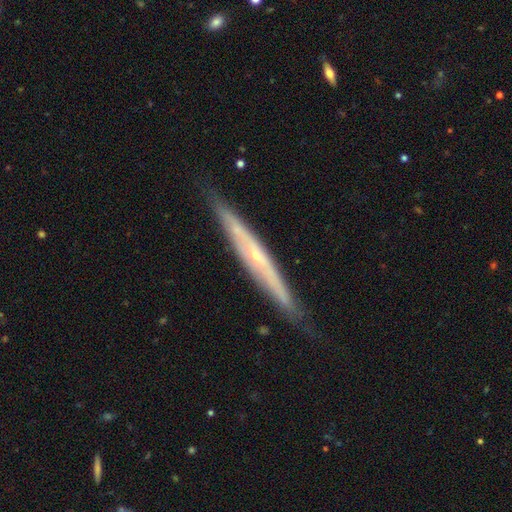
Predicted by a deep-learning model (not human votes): A featured or disk galaxy (75%) viewed edge-on (87%) with a rounded central bulge (56%). Merging: none (82%).